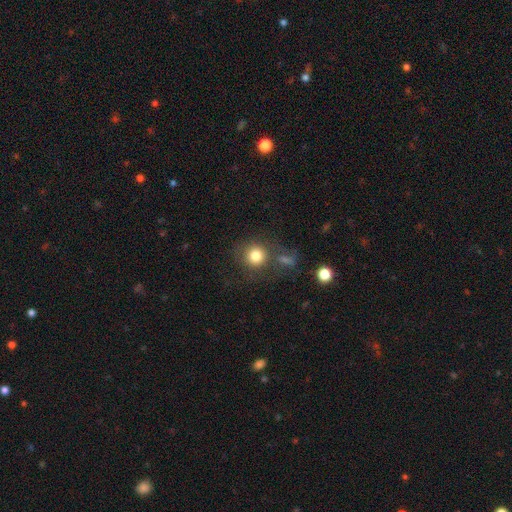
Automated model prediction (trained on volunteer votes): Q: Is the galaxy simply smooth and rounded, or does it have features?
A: smooth — 81%.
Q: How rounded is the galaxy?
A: round — 90%.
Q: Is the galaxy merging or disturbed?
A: none — 68%.